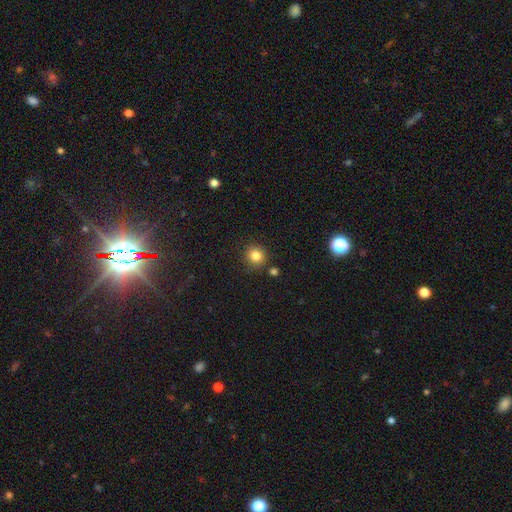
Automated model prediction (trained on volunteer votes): A smooth galaxy with no disk features (83%) that is round (90%). Merging: none (85%).